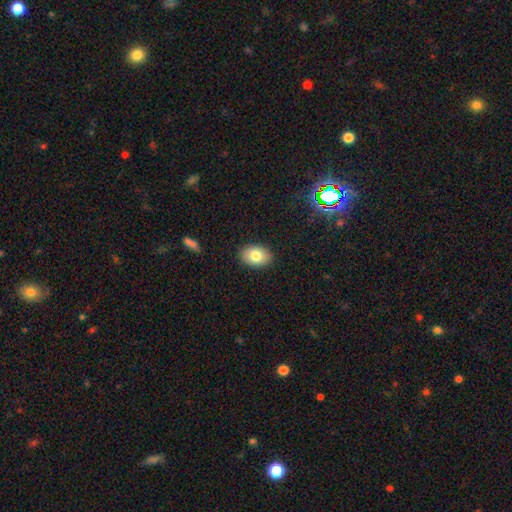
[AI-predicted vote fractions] smooth 81%, featured or disk 12%, star or artifact 8%. Down the decision tree: how rounded — in between (81%); merging — none (89%).